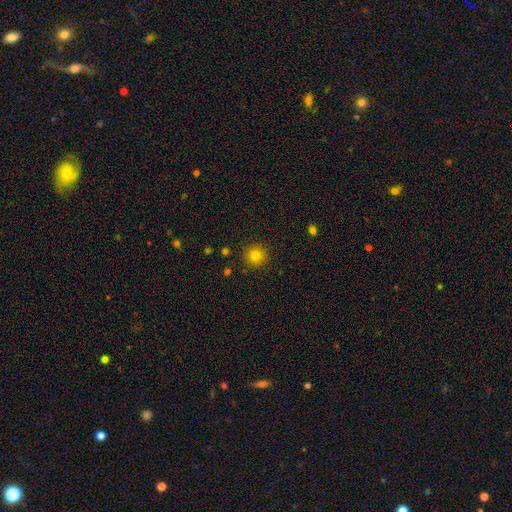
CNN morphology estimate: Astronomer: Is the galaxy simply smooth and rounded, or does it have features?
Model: smooth — 80%.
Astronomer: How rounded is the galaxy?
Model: round — 94%.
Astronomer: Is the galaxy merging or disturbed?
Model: none — 91%.